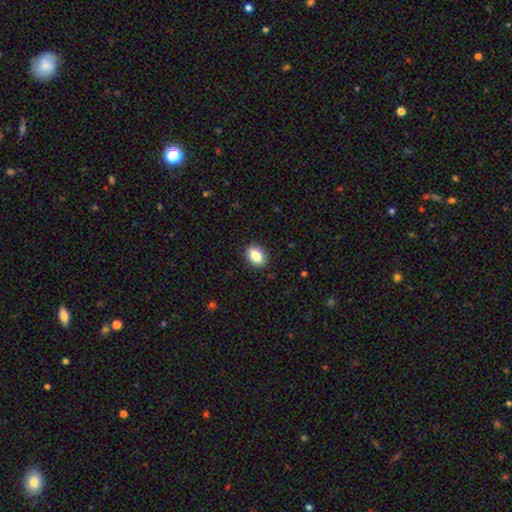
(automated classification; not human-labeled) Overall: smooth (85%). How rounded: in between (79%). Merging: none (90%).